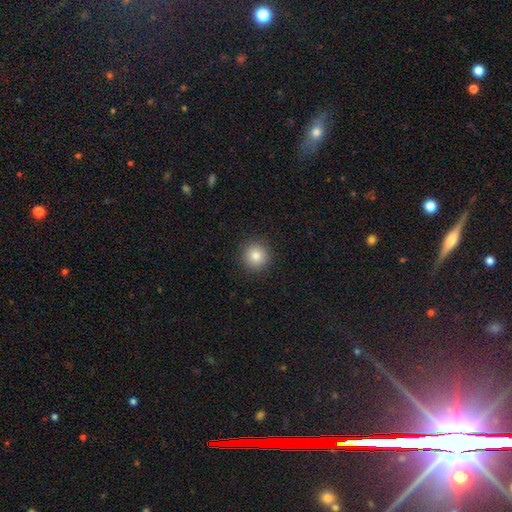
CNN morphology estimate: The model was most divided on "smooth or featured": smooth: 82%, star or artifact: 11%, featured or disk: 7%. More confident: how rounded — round (95%); merging — none (92%).